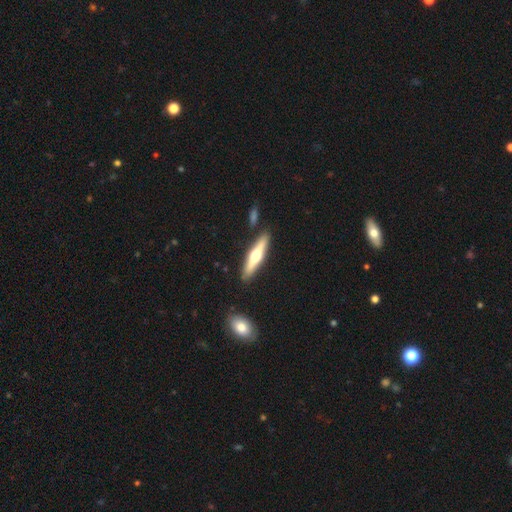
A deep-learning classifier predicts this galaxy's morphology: This appears to be a featured or disk galaxy (60%) viewed edge-on (94%) with a rounded central bulge (94%). Merging: none (86%).